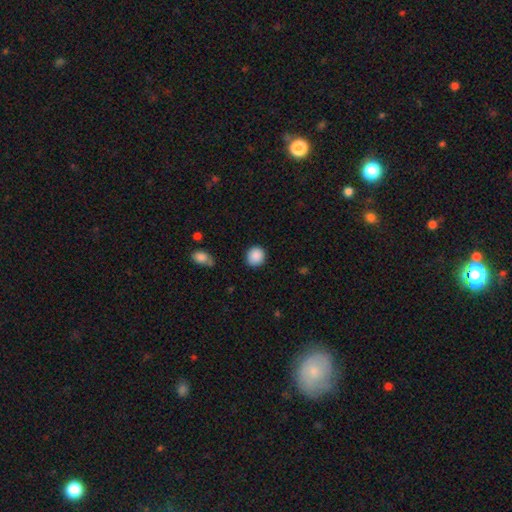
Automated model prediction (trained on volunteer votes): Overall: smooth (89%). How rounded: round (86%). Merging: none (88%).